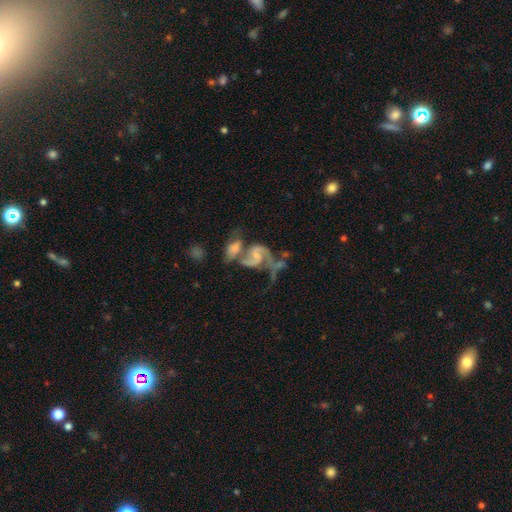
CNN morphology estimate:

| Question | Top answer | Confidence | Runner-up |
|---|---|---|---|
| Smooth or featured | featured or disk | 60% | star or artifact (24%) |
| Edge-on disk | no | 94% | yes (6%) |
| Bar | no | 65% | weak (25%) |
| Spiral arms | yes | 56% | no (44%) |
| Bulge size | small | 35% | none (34%) |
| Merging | merger | 46% | none (23%) |